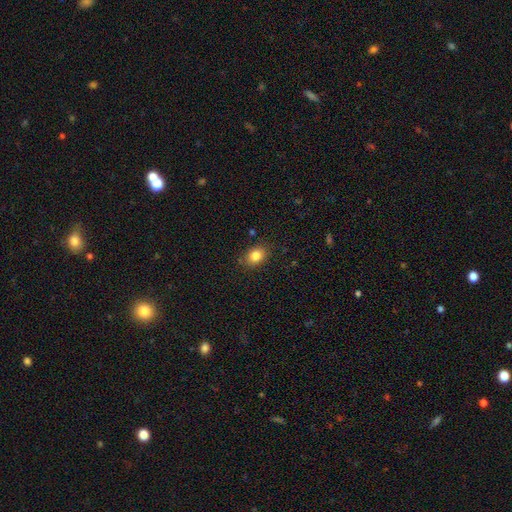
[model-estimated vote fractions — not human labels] smooth 83%, star or artifact 10%, featured or disk 7%. Down the decision tree: how rounded — in between (64%); merging — none (83%).